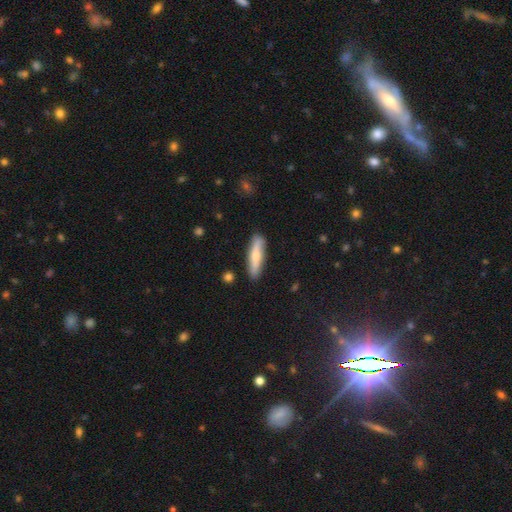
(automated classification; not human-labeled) smooth_or_featured: smooth (p=0.58) [alt: featured or disk p=0.37]
how_rounded: cigar-shaped (p=0.76) [alt: in between p=0.22]
merging: none (p=0.85) [alt: minor disturbance p=0.11]